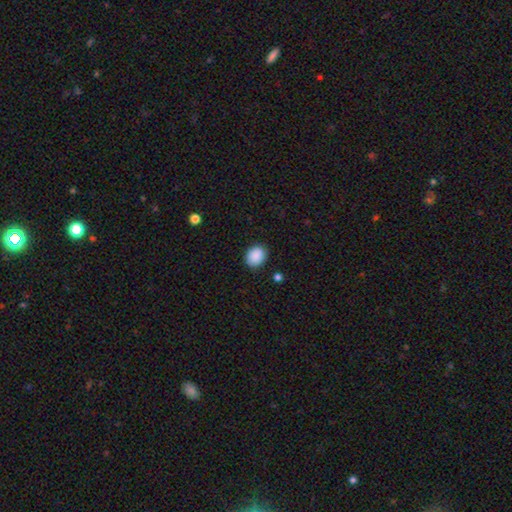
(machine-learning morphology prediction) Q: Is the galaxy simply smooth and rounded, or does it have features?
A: smooth — 89%.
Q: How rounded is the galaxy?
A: round — 50%.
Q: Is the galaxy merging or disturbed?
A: none — 86%.